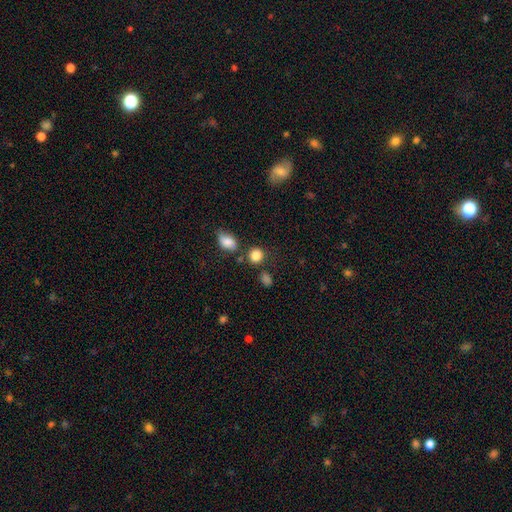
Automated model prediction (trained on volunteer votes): Overall: smooth (85%). How rounded: round (78%). Merging: none (71%).